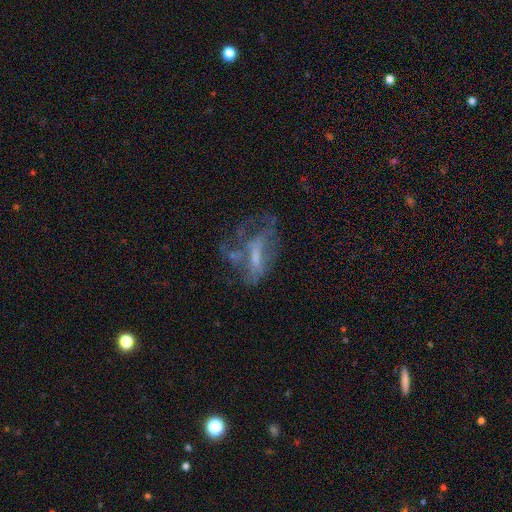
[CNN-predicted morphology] A featured or disk galaxy (59%) with no bar (53%), no spiral arms (71%) and no central bulge (35%). Merging: major disturbance (42%).